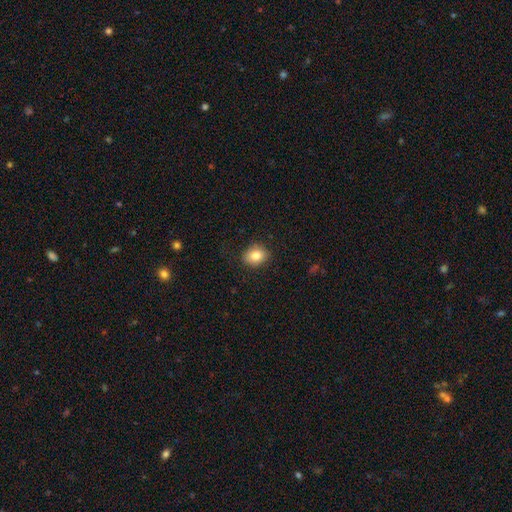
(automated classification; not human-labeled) A smooth galaxy with no disk features (82%) that is round (56%).

Vote fractions:
- Smooth or featured? smooth: 82% / star or artifact: 10% / featured or disk: 8%
- How rounded? round: 56% / in between: 43% / cigar-shaped: 1%
- Merging? none: 86% / minor disturbance: 11% / major disturbance: 3% / merger: 1%